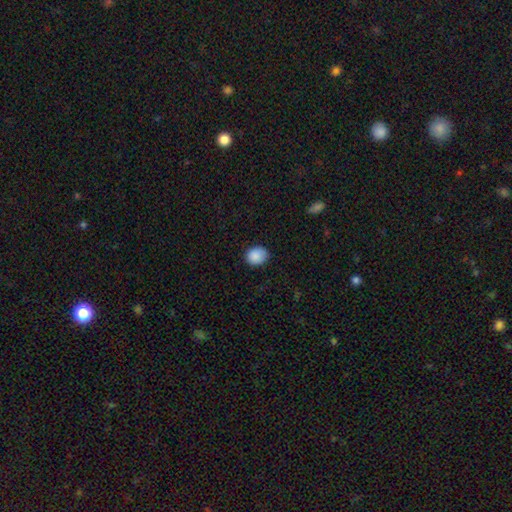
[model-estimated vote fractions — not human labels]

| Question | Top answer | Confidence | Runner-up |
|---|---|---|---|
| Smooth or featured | smooth | 89% | star or artifact (8%) |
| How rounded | round | 64% | in between (35%) |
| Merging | none | 81% | minor disturbance (15%) |